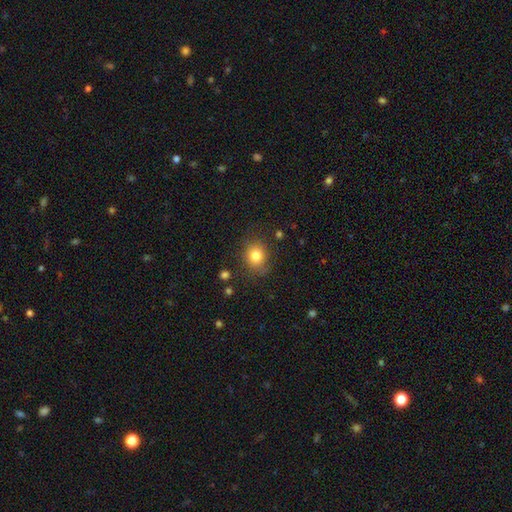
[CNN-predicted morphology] Smooth or featured?
  - smooth: 80% *
  - star or artifact: 12%
  - featured or disk: 8%
How rounded?
  - round: 77% *
  - in between: 22%
  - cigar-shaped: 1%
Merging?
  - none: 80% *
  - minor disturbance: 14%
  - major disturbance: 4%
  - merger: 2%